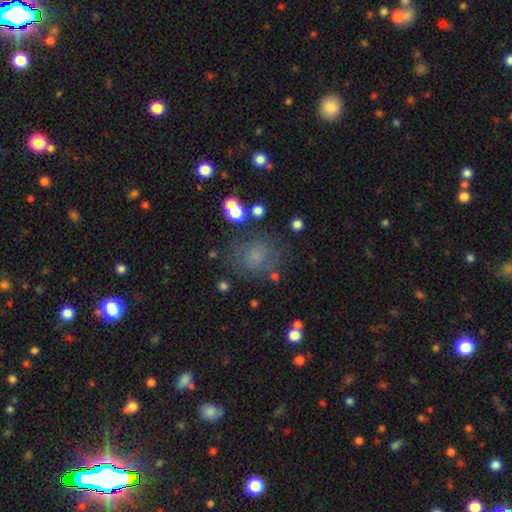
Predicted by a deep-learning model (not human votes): smooth_or_featured: smooth (p=0.64) [alt: star or artifact p=0.22]
how_rounded: round (p=0.79) [alt: in between p=0.19]
merging: none (p=0.74) [alt: minor disturbance p=0.15]